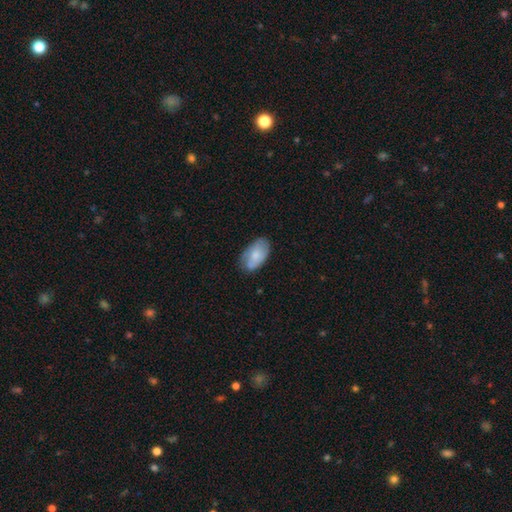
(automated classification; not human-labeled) This appears to be a smooth galaxy with no disk features (72%) that is in between round and cigar-shaped (94%). Merging: none (69%).